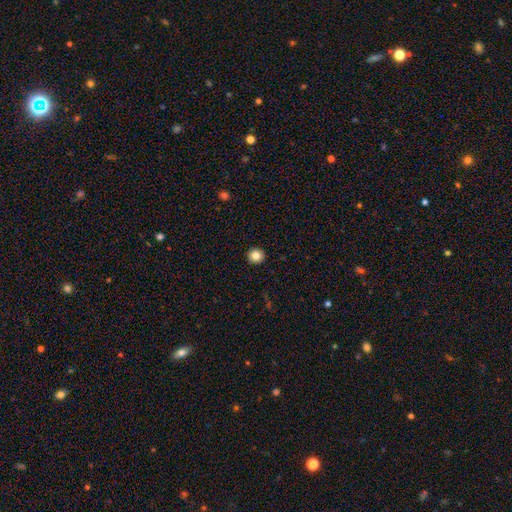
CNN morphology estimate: type=smooth (83%); roundness=round (93%); merging=none (93%).